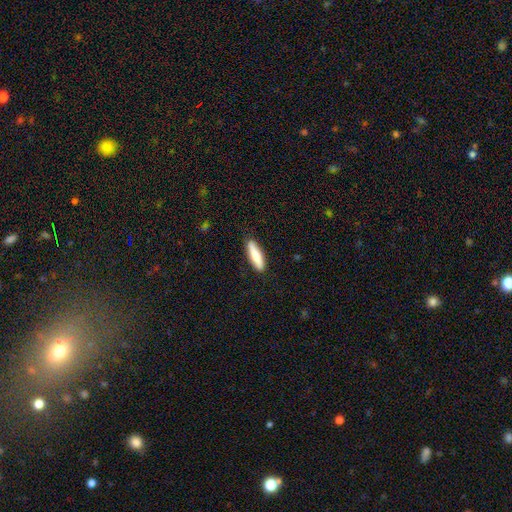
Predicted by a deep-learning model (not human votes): The model was most divided on "how rounded": cigar-shaped: 74%, in between: 24%, round: 2%. More confident: merging — none (87%); smooth or featured — smooth (75%).